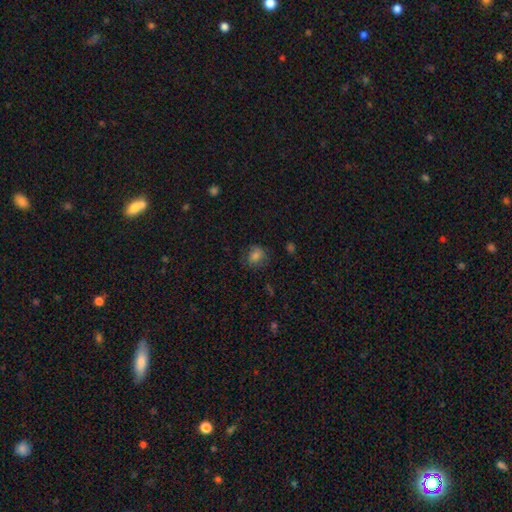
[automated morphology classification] smooth 76%, star or artifact 14%, featured or disk 10%. Down the decision tree: how rounded — round (65%); merging — none (75%).